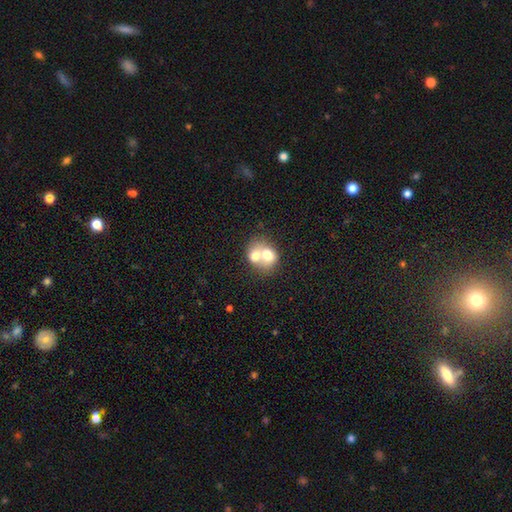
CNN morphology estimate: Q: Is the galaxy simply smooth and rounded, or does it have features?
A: smooth — 65%.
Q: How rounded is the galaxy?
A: round — 60%.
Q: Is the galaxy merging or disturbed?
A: merger — 74%.